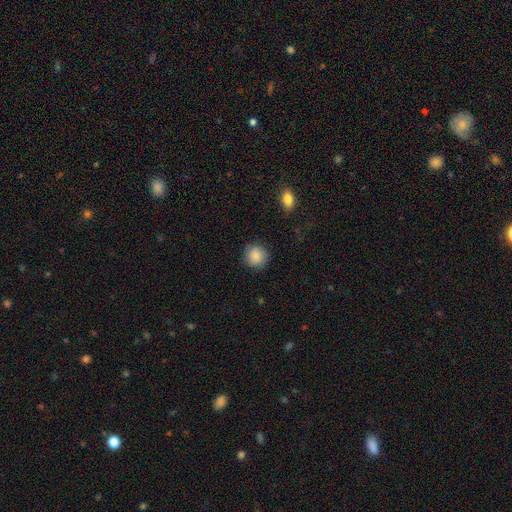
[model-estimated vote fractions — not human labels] Smooth or featured: smooth — 87% (star or artifact — 8%)
How rounded: round — 92% (in between — 7%)
Merging: none — 87% (minor disturbance — 9%)